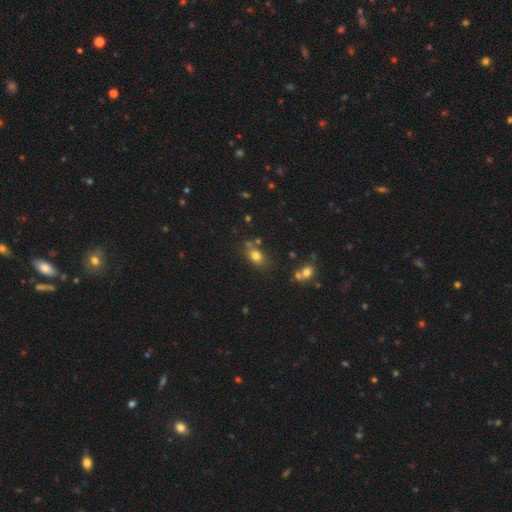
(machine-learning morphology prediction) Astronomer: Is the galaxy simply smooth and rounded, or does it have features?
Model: smooth — 77%.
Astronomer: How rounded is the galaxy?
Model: in between — 69%.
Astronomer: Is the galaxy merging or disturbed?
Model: none — 65%.